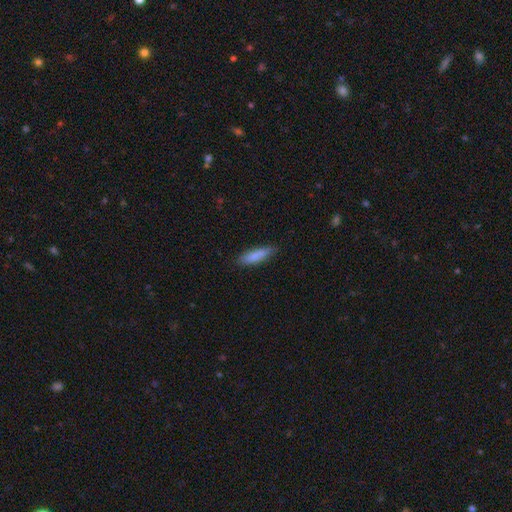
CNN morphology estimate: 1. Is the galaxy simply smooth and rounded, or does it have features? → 85% smooth, 9% featured or disk, 6% star or artifact.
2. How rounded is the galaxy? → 68% cigar-shaped, 31% in between, 1% round.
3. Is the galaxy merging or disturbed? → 83% none, 13% minor disturbance, 2% major disturbance, 1% merger.